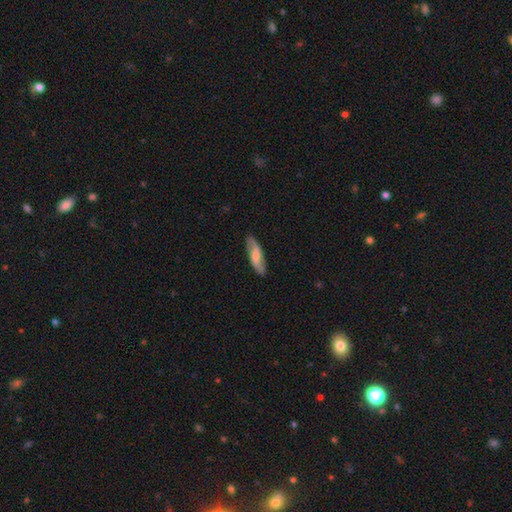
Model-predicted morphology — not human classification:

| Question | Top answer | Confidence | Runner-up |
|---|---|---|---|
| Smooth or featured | featured or disk | 52% | smooth (42%) |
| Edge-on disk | no | 82% | yes (18%) |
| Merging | none | 84% | minor disturbance (12%) |